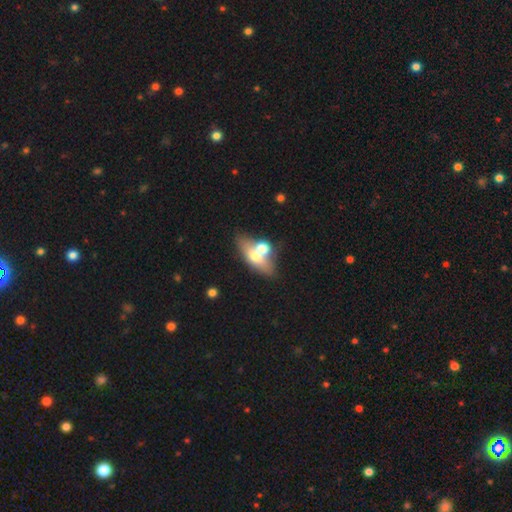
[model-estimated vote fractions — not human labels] Q: Smooth or featured?
A: smooth (55%); runner-up: featured or disk (36%)
Q: How rounded?
A: in between (69%); runner-up: cigar-shaped (21%)
Q: Merging?
A: none (46%); runner-up: merger (37%)